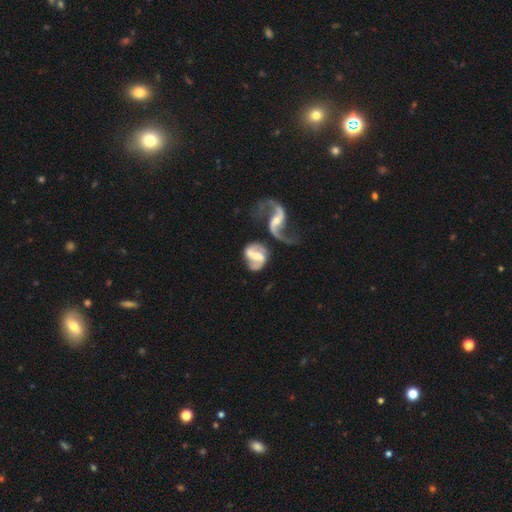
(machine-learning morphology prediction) A featured or disk galaxy (82%) with a strong bar (44%), 2 (86%) loose (54%) spiral arms (92%) and a small central bulge (38%).

Vote fractions:
- Smooth or featured? featured or disk: 82% / smooth: 12% / star or artifact: 5%
- Edge-on disk? no: 97% / yes: 3%
- Bar? strong: 44% / weak: 41% / no: 15%
- Spiral arms? yes: 92% / no: 8%
- Spiral winding? loose: 54% / medium: 36% / tight: 11%
- Spiral arm count? 2: 86% / 1: 6% / can't tell: 5% / 3: 2% / 4: 1% / more than 4: 1%
- Bulge size? small: 38% / moderate: 30% / none: 23% / large: 7% / dominant: 2%
- Merging? none: 40% / merger: 26% / minor disturbance: 17% / major disturbance: 17%